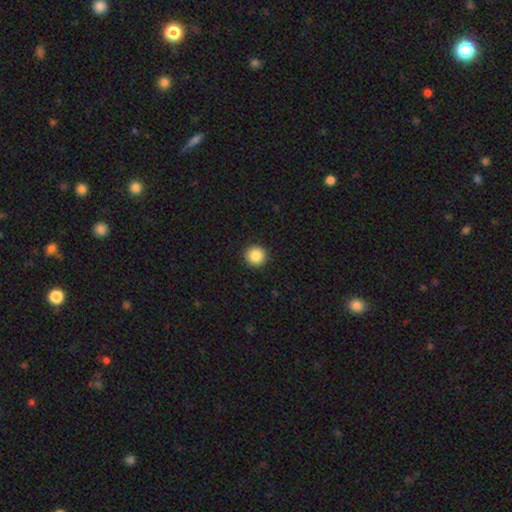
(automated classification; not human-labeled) The model was most divided on "smooth or featured": smooth: 87%, star or artifact: 9%, featured or disk: 4%. More confident: how rounded — round (94%); merging — none (93%).